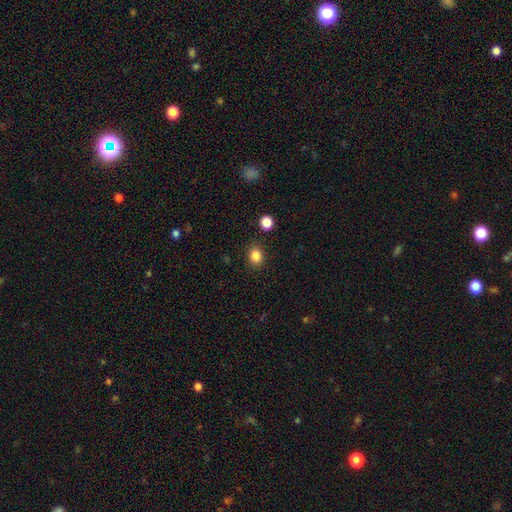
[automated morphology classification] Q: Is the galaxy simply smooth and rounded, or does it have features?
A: smooth — 85%.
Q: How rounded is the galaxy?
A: round — 54%.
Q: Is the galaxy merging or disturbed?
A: none — 87%.